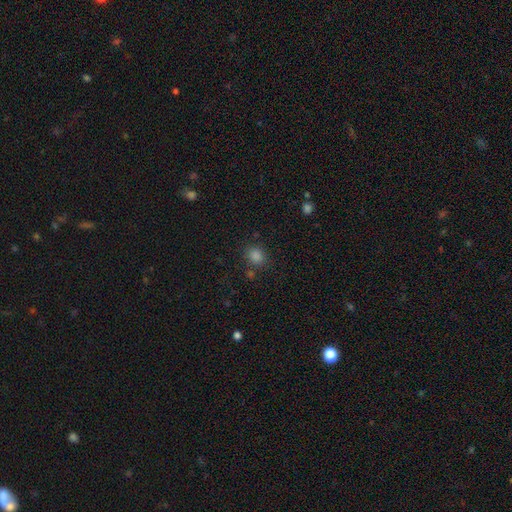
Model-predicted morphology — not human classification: Smooth or featured?
  - smooth: 80% *
  - star or artifact: 16%
  - featured or disk: 4%
How rounded?
  - round: 66% *
  - in between: 33%
  - cigar-shaped: 1%
Merging?
  - none: 80% *
  - minor disturbance: 11%
  - merger: 5%
  - major disturbance: 4%